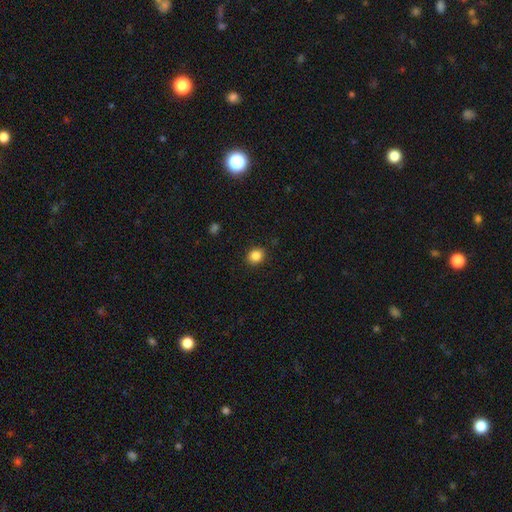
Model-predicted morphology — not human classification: This is clearly a smooth galaxy (85%). How rounded: likely round (67%). Merging: clearly none (90%).